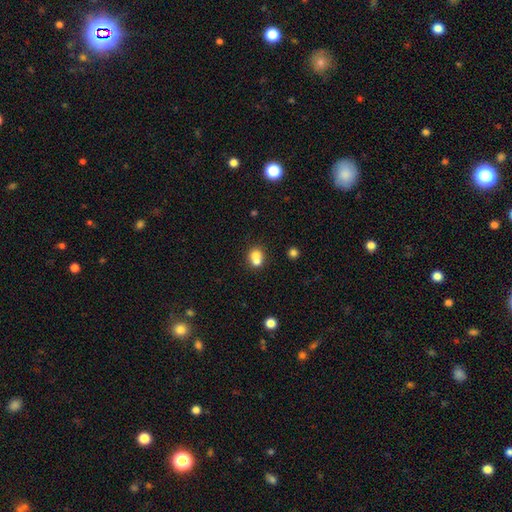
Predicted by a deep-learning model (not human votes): The model was most divided on "merging": merger: 59%, none: 31%, minor disturbance: 7%, major disturbance: 3%. More confident: smooth or featured — smooth (73%); how rounded — round (67%).